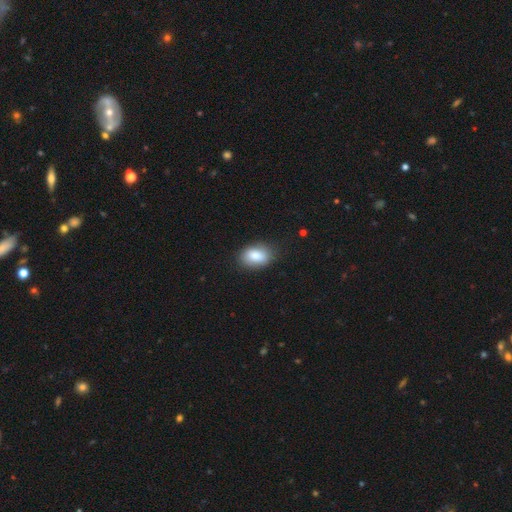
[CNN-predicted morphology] Overall: smooth (86%). How rounded: in between (86%). Merging: none (80%).